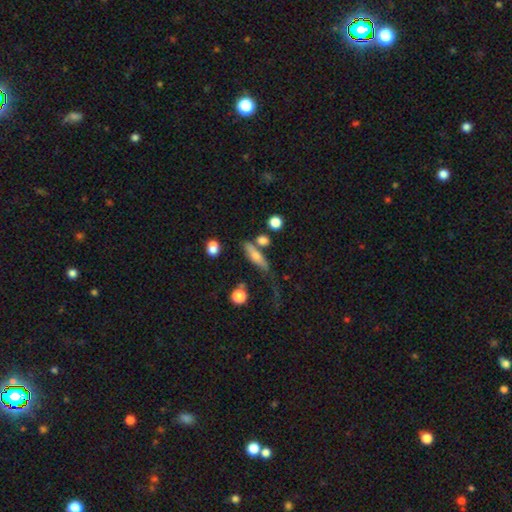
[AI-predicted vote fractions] Morphology: type=smooth (62%); roundness=cigar-shaped (59%); merging=none (55%).